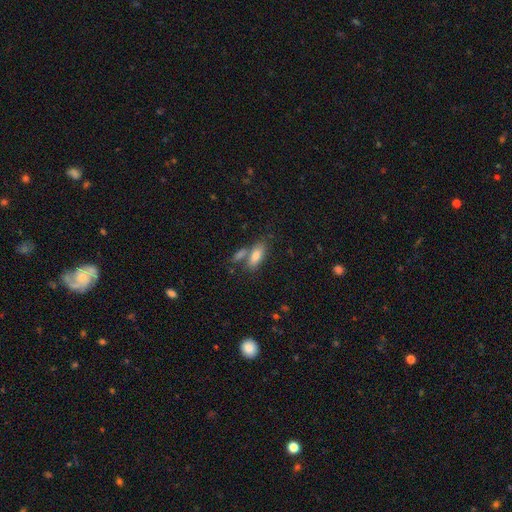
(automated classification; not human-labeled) Smooth or featured?
  - smooth: 78% *
  - featured or disk: 15%
  - star or artifact: 7%
How rounded?
  - in between: 77% *
  - cigar-shaped: 20%
  - round: 3%
Merging?
  - none: 54% *
  - merger: 29%
  - minor disturbance: 13%
  - major disturbance: 5%